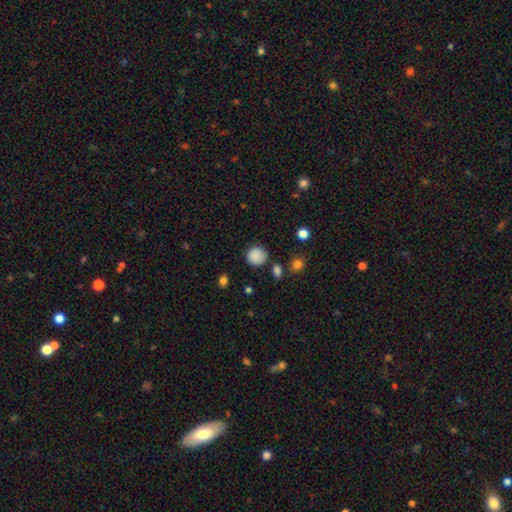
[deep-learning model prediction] Q: Smooth or featured?
A: smooth (86%); runner-up: star or artifact (10%)
Q: How rounded?
A: round (89%); runner-up: in between (10%)
Q: Merging?
A: none (79%); runner-up: minor disturbance (14%)